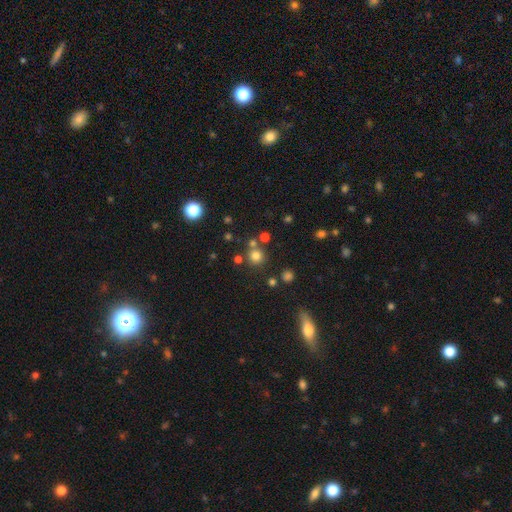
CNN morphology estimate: smooth_or_featured: smooth (p=0.74) [alt: star or artifact p=0.19]
how_rounded: round (p=0.93) [alt: in between p=0.06]
merging: none (p=0.74) [alt: merger p=0.15]